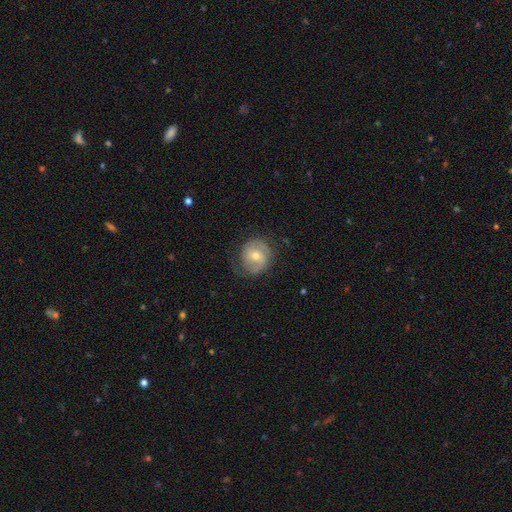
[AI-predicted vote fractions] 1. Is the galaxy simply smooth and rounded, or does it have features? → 58% featured or disk, 35% smooth, 7% star or artifact.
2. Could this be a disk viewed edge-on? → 97% no, 3% yes.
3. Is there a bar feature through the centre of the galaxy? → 59% no, 33% weak, 8% strong.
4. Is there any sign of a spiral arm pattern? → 81% yes, 19% no.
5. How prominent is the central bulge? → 57% moderate, 39% small, 2% large, 1% none, 1% dominant.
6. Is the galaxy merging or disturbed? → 67% none, 22% minor disturbance, 10% major disturbance, 1% merger.